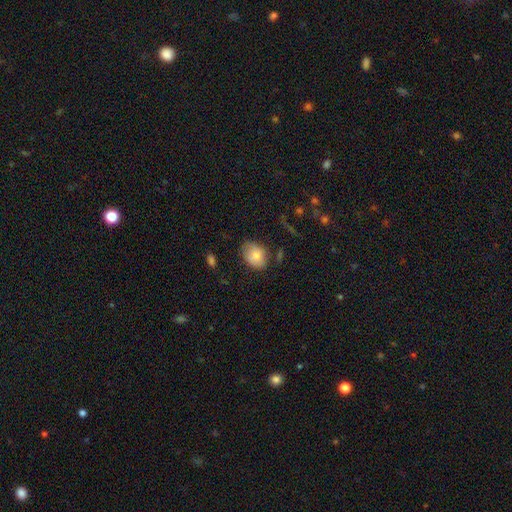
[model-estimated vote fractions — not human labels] This is likely a smooth galaxy (78%). How rounded: likely in between (67%). Merging: likely none (64%).